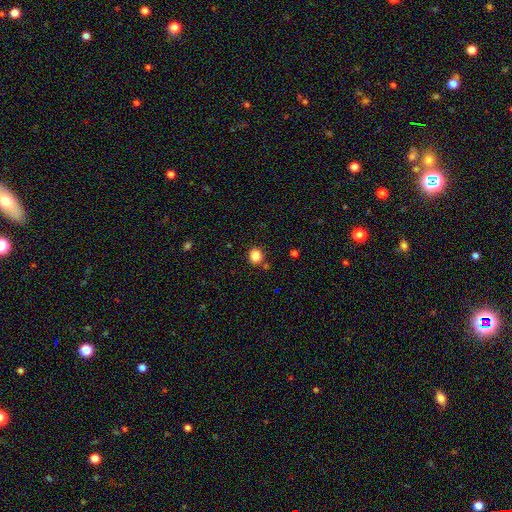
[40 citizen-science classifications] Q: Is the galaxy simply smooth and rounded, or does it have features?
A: smooth — 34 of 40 (85%).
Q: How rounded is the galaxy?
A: round — 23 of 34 (68%).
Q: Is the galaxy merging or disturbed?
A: none — 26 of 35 (74%).